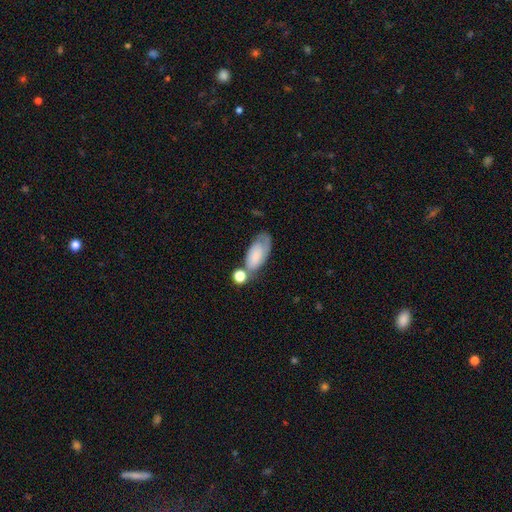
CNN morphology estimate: type=smooth (65%); roundness=in between (88%); merging=none (44%).